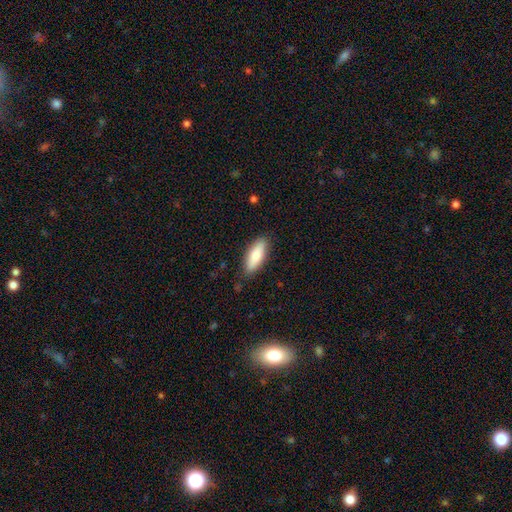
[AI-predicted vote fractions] This is likely a smooth galaxy (79%). How rounded: likely in between (69%). Merging: clearly none (84%).